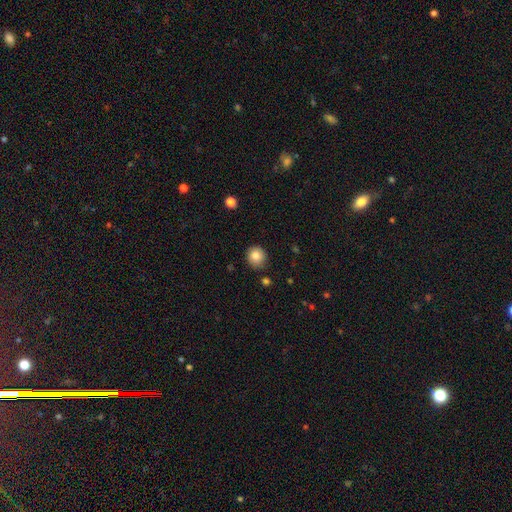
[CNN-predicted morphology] Smooth or featured? Predicted: smooth (p=0.84). How rounded? Predicted: round (p=0.91). Merging? Predicted: none (p=0.87).